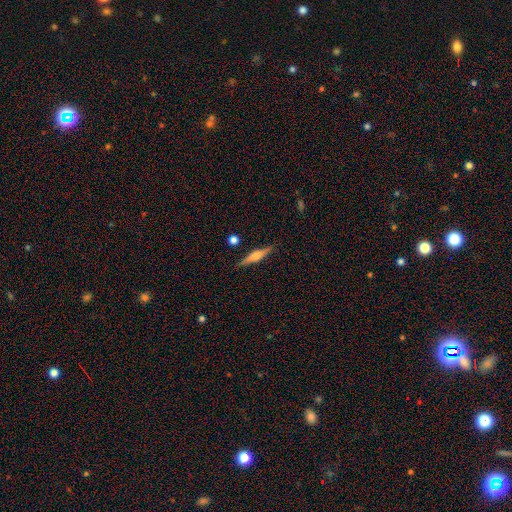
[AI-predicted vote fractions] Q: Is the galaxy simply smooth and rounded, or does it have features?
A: featured or disk — 57%.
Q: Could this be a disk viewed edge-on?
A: yes — 96%.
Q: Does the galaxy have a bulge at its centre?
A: rounded — 72%.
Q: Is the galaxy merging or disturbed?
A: none — 87%.